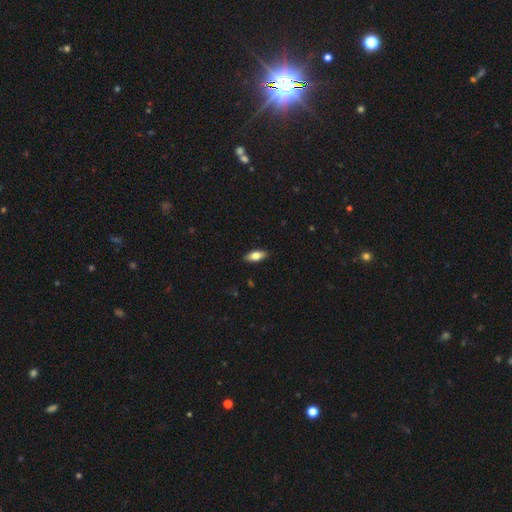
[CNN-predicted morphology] type=smooth (71%); roundness=in between (82%); merging=none (89%).